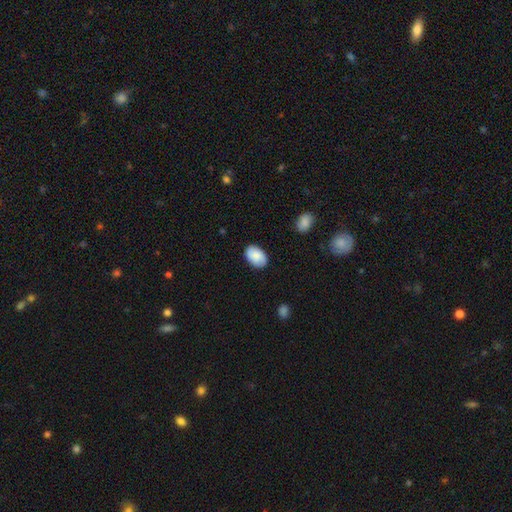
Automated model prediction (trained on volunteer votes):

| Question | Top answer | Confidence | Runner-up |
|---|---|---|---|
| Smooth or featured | smooth | 80% | featured or disk (13%) |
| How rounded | in between | 89% | round (10%) |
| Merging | none | 83% | minor disturbance (13%) |